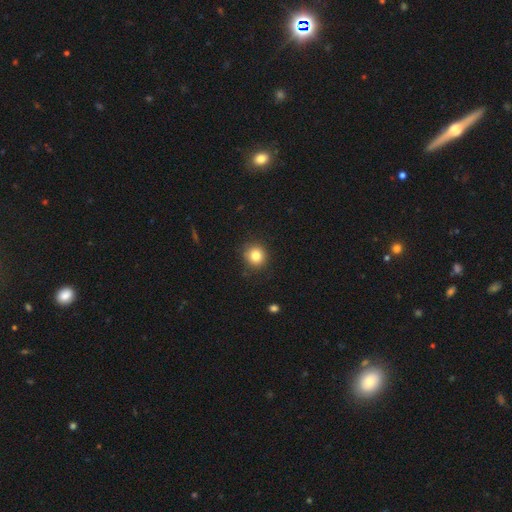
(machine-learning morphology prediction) This appears to be a smooth galaxy with no disk features (82%) that is round (90%). Merging: none (89%).